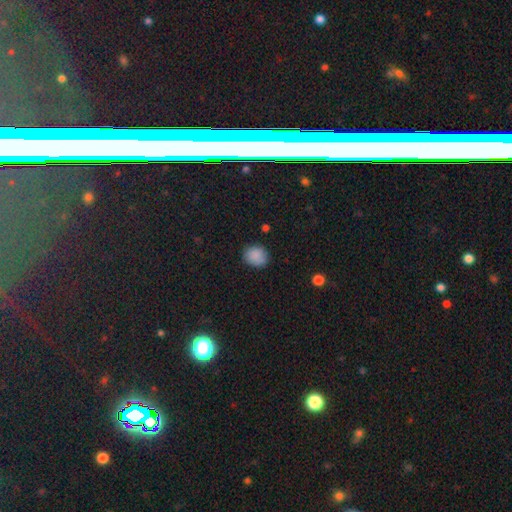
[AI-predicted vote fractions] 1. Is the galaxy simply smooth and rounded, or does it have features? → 87% smooth, 9% star or artifact, 4% featured or disk.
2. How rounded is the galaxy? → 64% round, 35% in between, 1% cigar-shaped.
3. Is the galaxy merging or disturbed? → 83% none, 13% minor disturbance, 3% major disturbance, 1% merger.